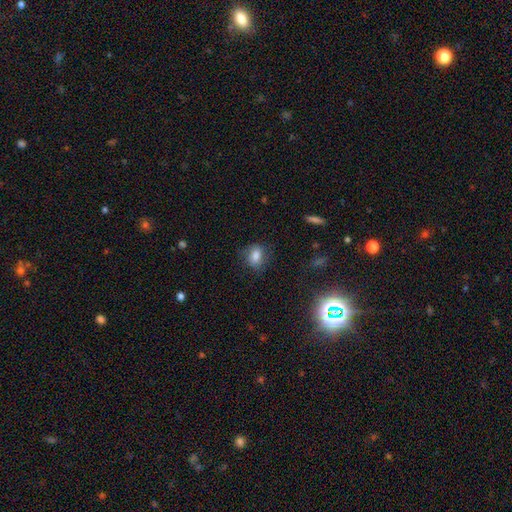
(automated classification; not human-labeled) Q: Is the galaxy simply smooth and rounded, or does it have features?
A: smooth — 77%.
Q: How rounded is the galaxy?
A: in between — 70%.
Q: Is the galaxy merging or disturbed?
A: none — 72%.